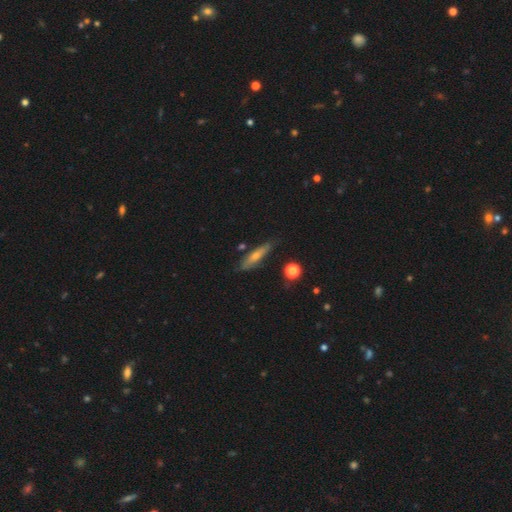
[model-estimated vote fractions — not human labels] A smooth galaxy with no disk features (55%) that is cigar-shaped (71%). Merging: none (73%).